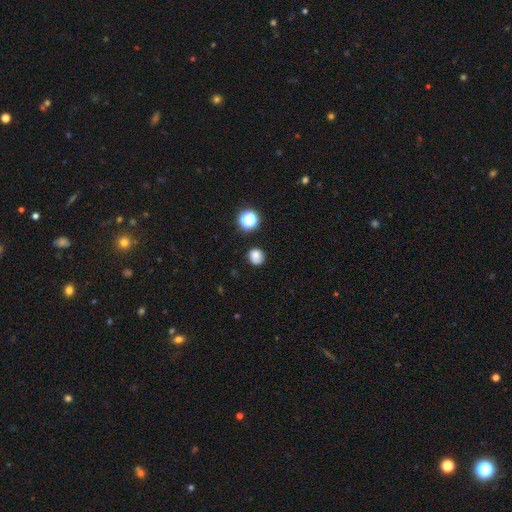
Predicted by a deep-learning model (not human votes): Overall: smooth (79%). How rounded: round (86%). Merging: none (83%).